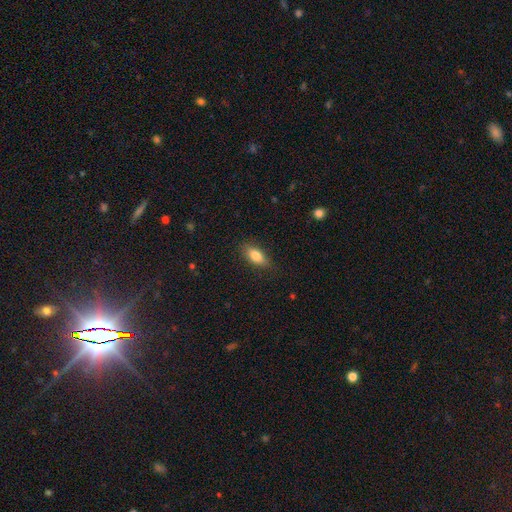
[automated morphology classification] Smooth or featured?
  - smooth: 81% *
  - featured or disk: 12%
  - star or artifact: 7%
How rounded?
  - in between: 82% *
  - cigar-shaped: 14%
  - round: 4%
Merging?
  - none: 85% *
  - minor disturbance: 12%
  - major disturbance: 3%
  - merger: 1%